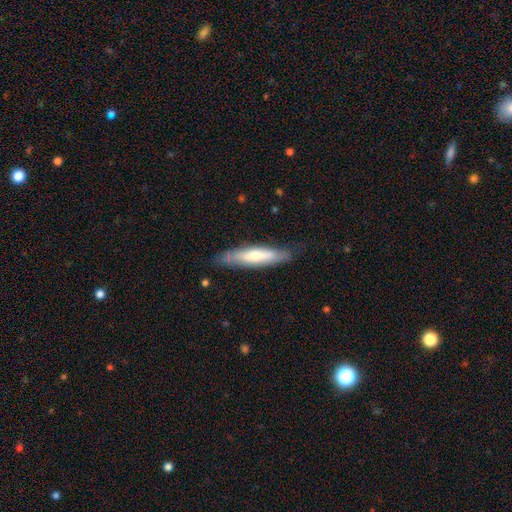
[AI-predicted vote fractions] Smooth or featured?
  - smooth: 56% *
  - featured or disk: 38%
  - star or artifact: 6%
How rounded?
  - cigar-shaped: 73% *
  - in between: 26%
  - round: 1%
Merging?
  - none: 77% *
  - minor disturbance: 17%
  - major disturbance: 4%
  - merger: 2%